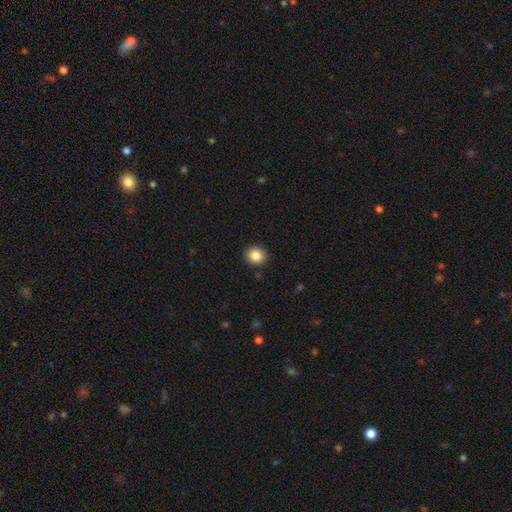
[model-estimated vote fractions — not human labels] This appears to be a smooth galaxy with no disk features (85%) that is round (85%). Merging: none (91%).